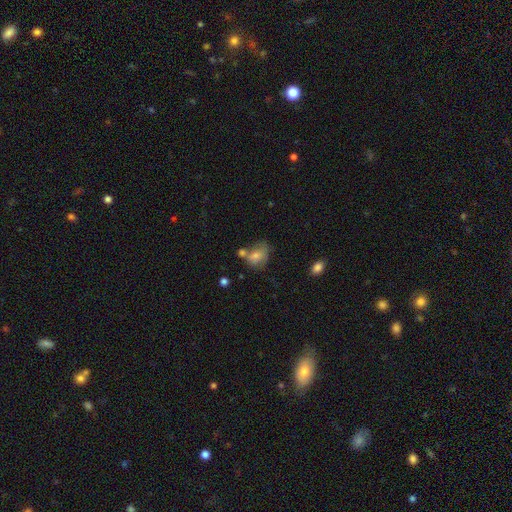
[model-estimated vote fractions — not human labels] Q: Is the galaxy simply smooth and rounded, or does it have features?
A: smooth — 64%.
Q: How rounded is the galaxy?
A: in between — 60%.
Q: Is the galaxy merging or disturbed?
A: none — 39%.